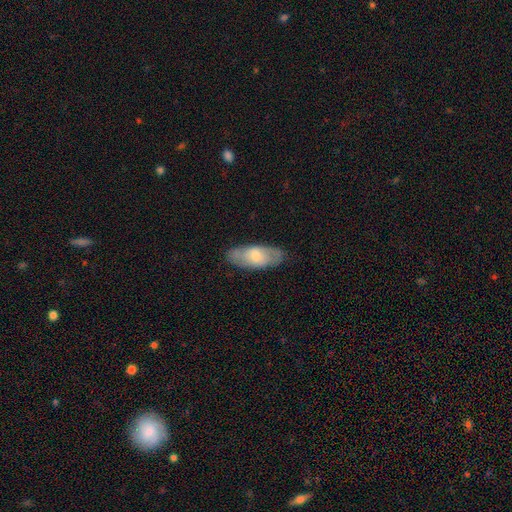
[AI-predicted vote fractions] Smooth or featured?
  - smooth: 56% *
  - featured or disk: 39%
  - star or artifact: 6%
How rounded?
  - in between: 82% *
  - cigar-shaped: 15%
  - round: 3%
Merging?
  - none: 80% *
  - minor disturbance: 15%
  - major disturbance: 4%
  - merger: 1%